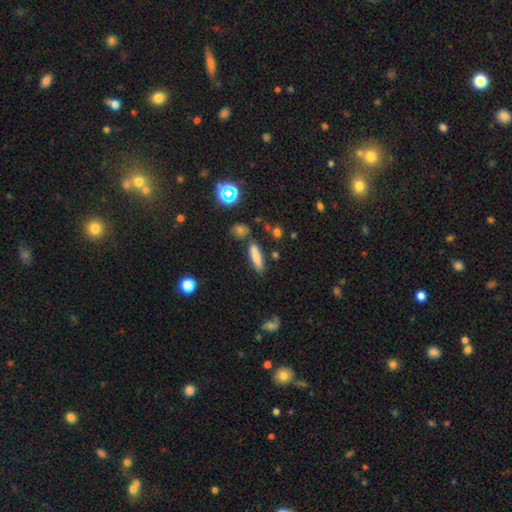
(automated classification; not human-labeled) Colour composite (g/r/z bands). It shows a smooth galaxy with no disk features (80%) that is cigar-shaped (66%). Merging: none (78%).